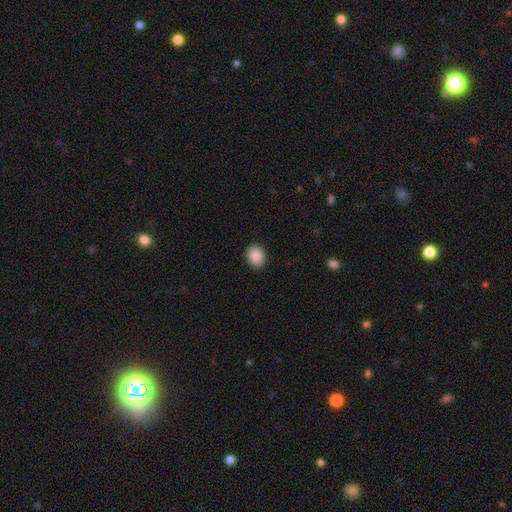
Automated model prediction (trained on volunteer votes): The model was most divided on "how rounded": in between: 53%, round: 46%, cigar-shaped: 1%. More confident: merging — none (91%); smooth or featured — smooth (90%).